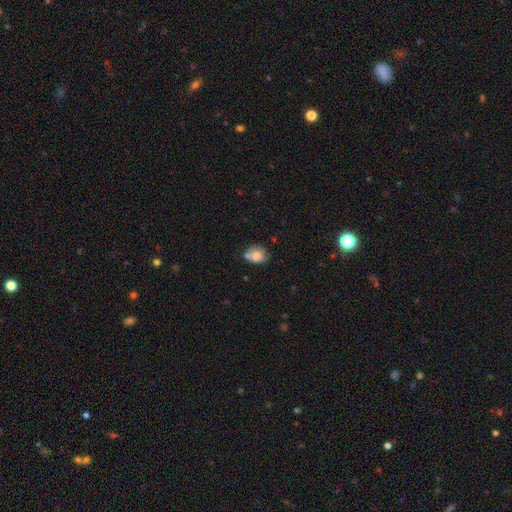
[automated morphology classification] The model was most divided on "how rounded": in between: 56%, round: 43%, cigar-shaped: 1%. Remaining: smooth or featured — smooth (70%); merging — none (44%).